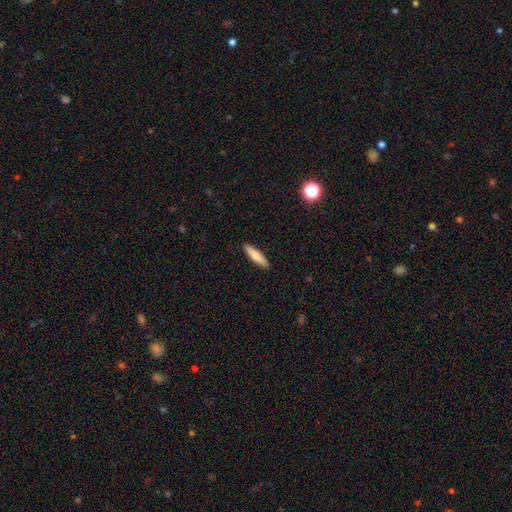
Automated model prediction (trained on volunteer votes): Overall: smooth (77%). How rounded: cigar-shaped (78%). Merging: none (91%).